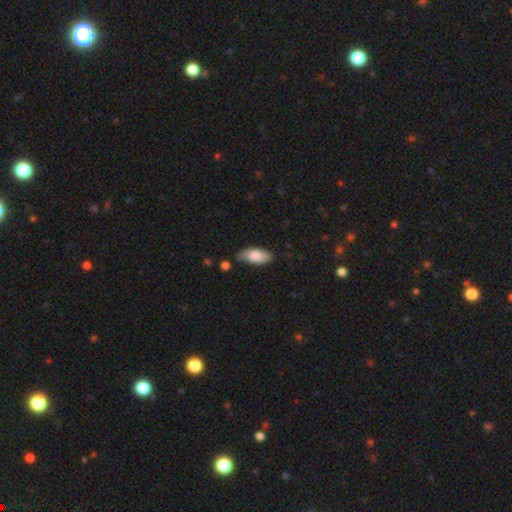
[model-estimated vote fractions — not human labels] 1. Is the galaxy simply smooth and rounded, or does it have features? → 82% smooth, 12% featured or disk, 6% star or artifact.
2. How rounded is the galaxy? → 84% in between, 14% cigar-shaped, 2% round.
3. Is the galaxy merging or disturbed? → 58% none, 30% minor disturbance, 6% major disturbance, 6% merger.